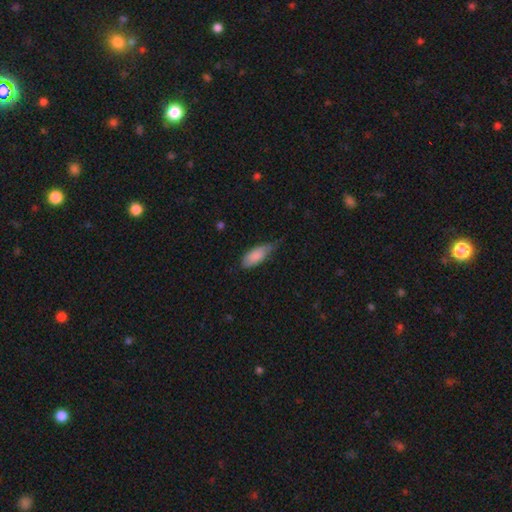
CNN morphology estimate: type=smooth (84%); roundness=in between (81%); merging=minor disturbance (47%).